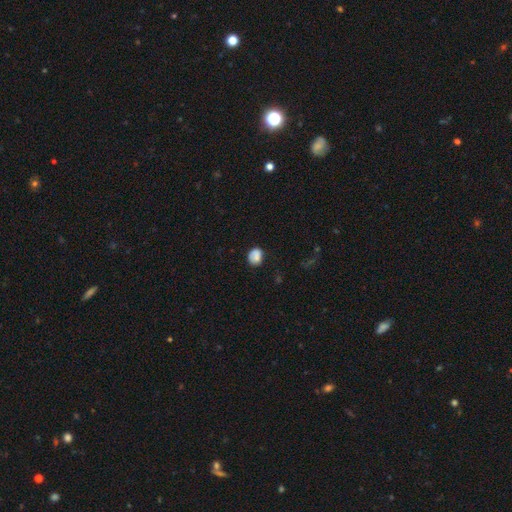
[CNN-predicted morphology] type=smooth (77%); roundness=round (57%); merging=none (63%).